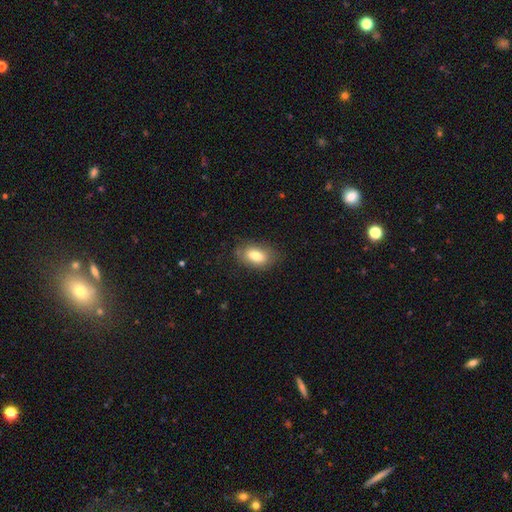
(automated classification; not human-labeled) Smooth or featured? Predicted: smooth (p=0.77). How rounded? Predicted: in between (p=0.90). Merging? Predicted: none (p=0.74).